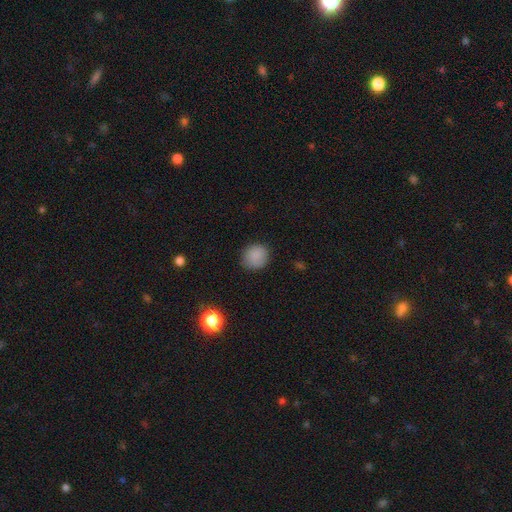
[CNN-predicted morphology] Q: Smooth or featured?
A: smooth (86%); runner-up: star or artifact (10%)
Q: How rounded?
A: round (85%); runner-up: in between (14%)
Q: Merging?
A: none (84%); runner-up: minor disturbance (11%)